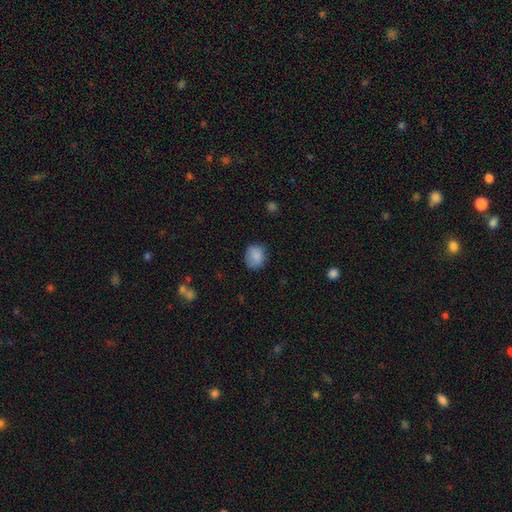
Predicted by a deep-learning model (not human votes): The model was most divided on "how rounded": round: 61%, in between: 38%, cigar-shaped: 1%. More confident: smooth or featured — smooth (87%); merging — none (77%).